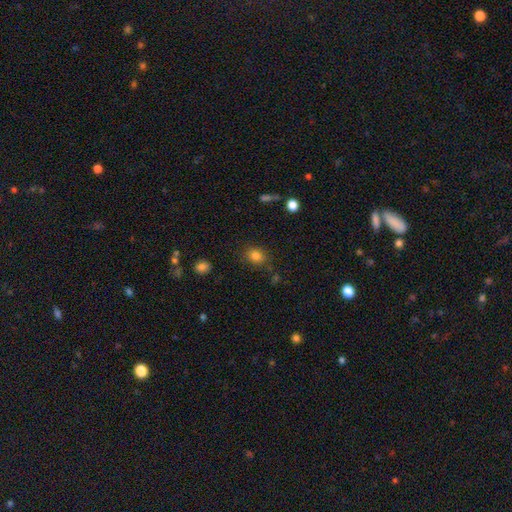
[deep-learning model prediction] Overall: smooth (82%). How rounded: round (55%; in between 44%). Merging: none (80%).